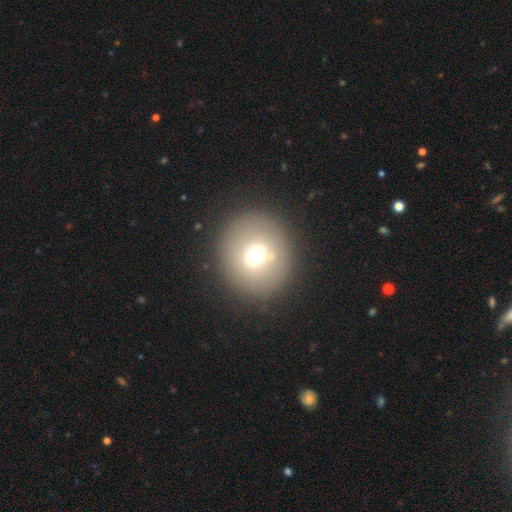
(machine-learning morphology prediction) Q: Smooth or featured?
A: smooth (63%); runner-up: featured or disk (23%)
Q: How rounded?
A: round (87%); runner-up: in between (12%)
Q: Merging?
A: none (84%); runner-up: minor disturbance (9%)